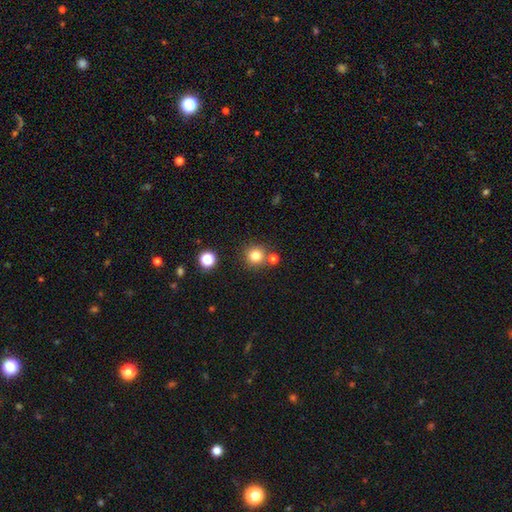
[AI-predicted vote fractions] Morphology: type=smooth (80%); roundness=round (94%); merging=none (80%).